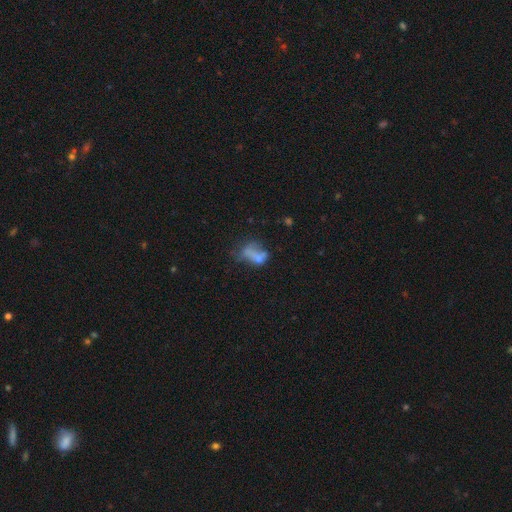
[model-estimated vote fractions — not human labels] Morphology: type=smooth (53%); roundness=in between (77%); merging=major disturbance (31%).